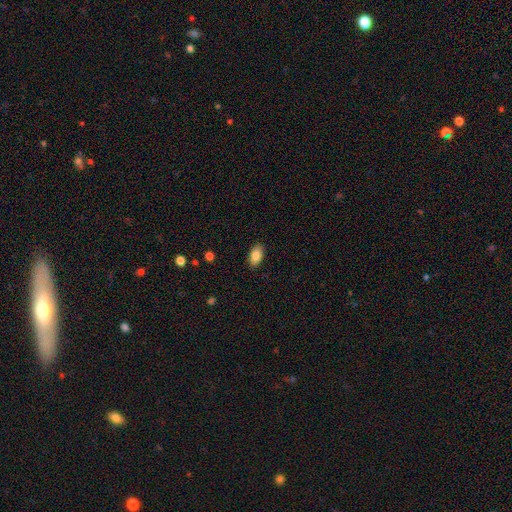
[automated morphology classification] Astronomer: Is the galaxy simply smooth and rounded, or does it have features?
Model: smooth — 86%.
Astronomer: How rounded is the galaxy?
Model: in between — 93%.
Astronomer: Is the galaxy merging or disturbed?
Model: none — 88%.